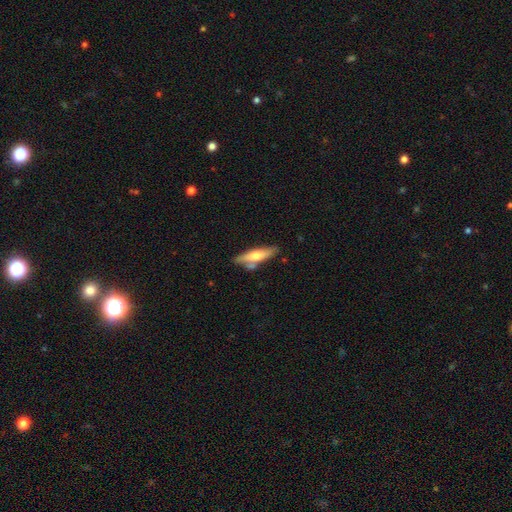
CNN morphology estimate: Smooth or featured? smooth (55%)
How rounded? cigar-shaped (72%)
Merging? none (64%)